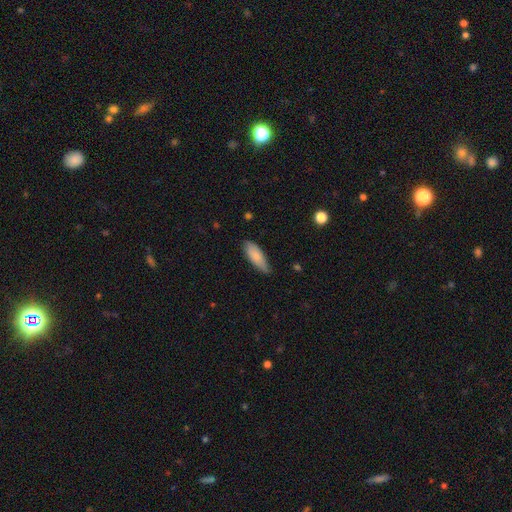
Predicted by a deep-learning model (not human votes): A smooth galaxy with no disk features (81%) that is in between round and cigar-shaped (66%). Merging: none (75%).